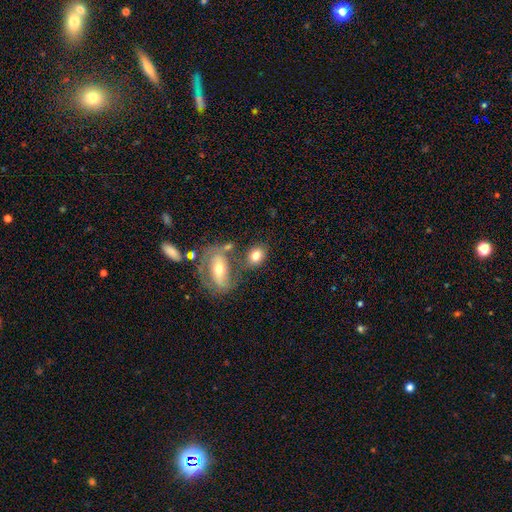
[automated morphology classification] This is likely a smooth galaxy (74%). How rounded: likely in between (63%). Merging: possibly none (57%).